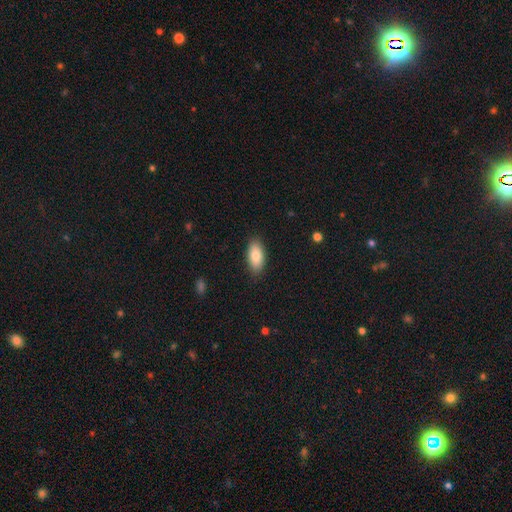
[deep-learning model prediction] smooth 80%, featured or disk 13%, star or artifact 7%. Down the decision tree: how rounded — in between (90%); merging — none (86%).